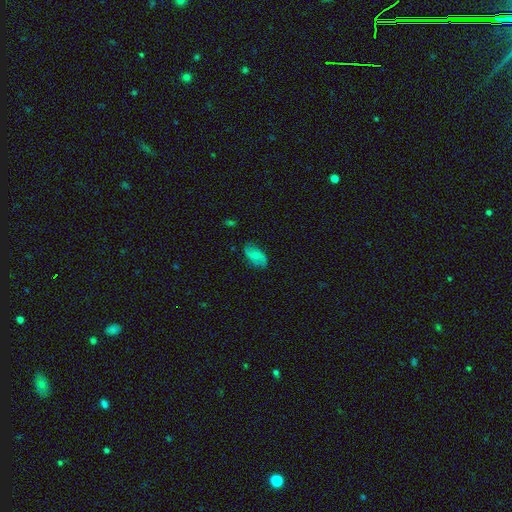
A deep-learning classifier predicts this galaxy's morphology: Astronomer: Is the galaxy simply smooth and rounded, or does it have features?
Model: smooth — 49% (runner-up: featured or disk, 43%).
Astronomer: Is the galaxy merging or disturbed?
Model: none — 78%.